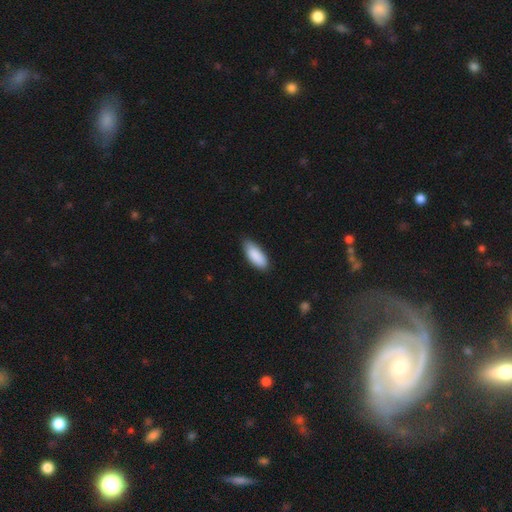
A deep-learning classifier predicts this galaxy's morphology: The model was most divided on "how rounded": in between: 80%, cigar-shaped: 18%, round: 2%. More confident: smooth or featured — smooth (90%); merging — none (81%).